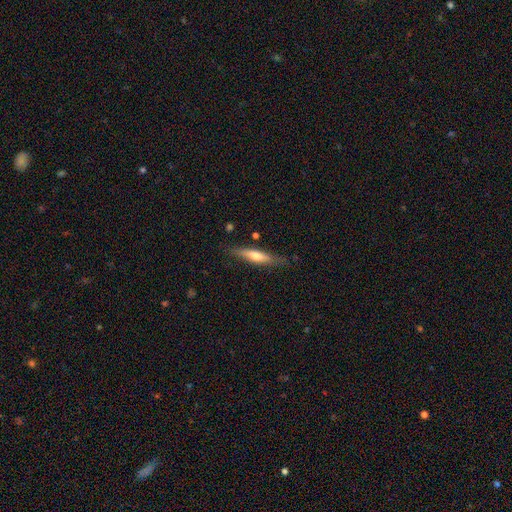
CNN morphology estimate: Q: Smooth or featured?
A: smooth (50%); runner-up: featured or disk (44%)
Q: Merging?
A: none (81%); runner-up: minor disturbance (14%)